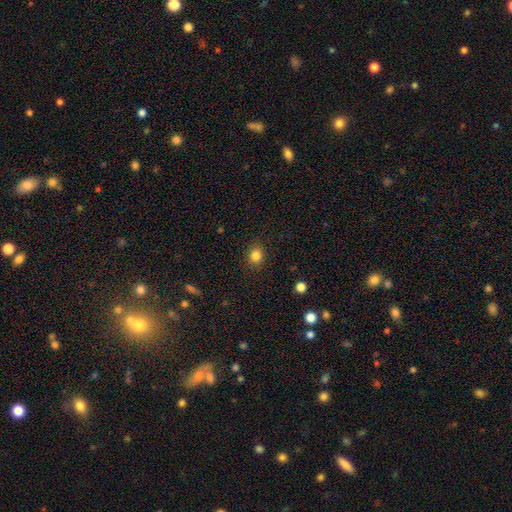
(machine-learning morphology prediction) Smooth or featured?
  - smooth: 83% *
  - star or artifact: 11%
  - featured or disk: 5%
How rounded?
  - round: 68% *
  - in between: 31%
  - cigar-shaped: 1%
Merging?
  - none: 88% *
  - minor disturbance: 9%
  - major disturbance: 2%
  - merger: 1%